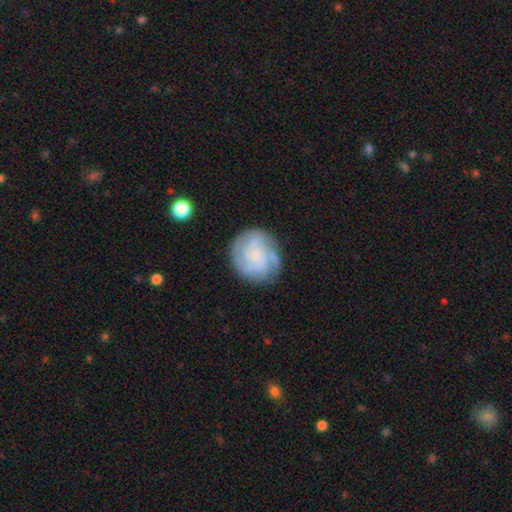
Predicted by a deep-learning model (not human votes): Smooth or featured?
  - featured or disk: 79% *
  - smooth: 15%
  - star or artifact: 6%
Edge-on disk?
  - no: 98% *
  - yes: 2%
Bar?
  - no: 71% *
  - weak: 25%
  - strong: 4%
Spiral arms?
  - yes: 96% *
  - no: 4%
Spiral winding?
  - tight: 63% *
  - medium: 31%
  - loose: 6%
Spiral arm count?
  - 3: 36% *
  - can't tell: 21%
  - 4: 19%
  - 2: 13%
  - more than 4: 6%
  - 1: 6%
Bulge size?
  - small: 68% *
  - none: 16%
  - moderate: 13%
  - large: 2%
  - dominant: 1%
Merging?
  - none: 77% *
  - minor disturbance: 15%
  - major disturbance: 5%
  - merger: 2%